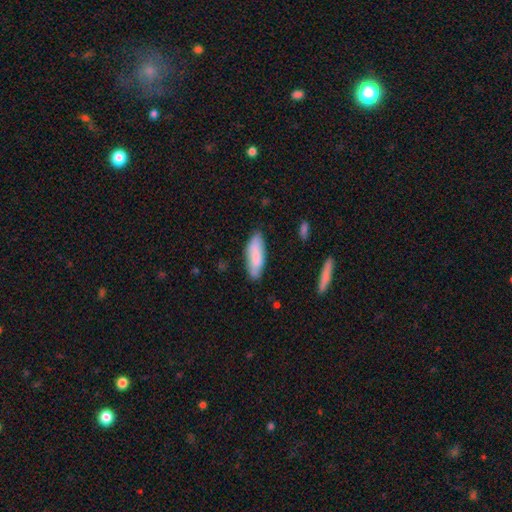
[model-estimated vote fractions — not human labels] The model was most divided on "how rounded": in between: 56%, cigar-shaped: 42%, round: 2%. More confident: merging — none (78%); smooth or featured — smooth (75%).